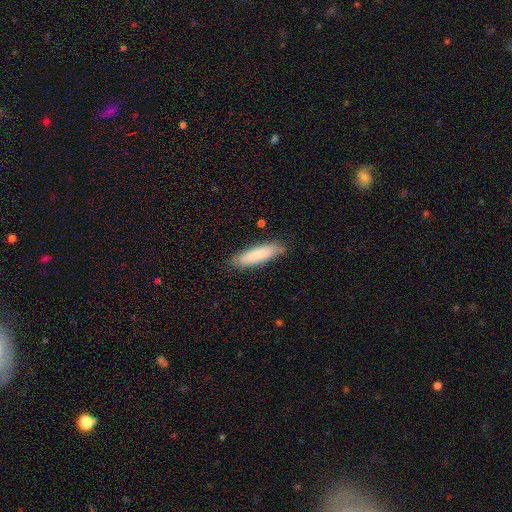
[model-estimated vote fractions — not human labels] Smooth or featured? smooth (83%)
How rounded? cigar-shaped (68%)
Merging? none (83%)